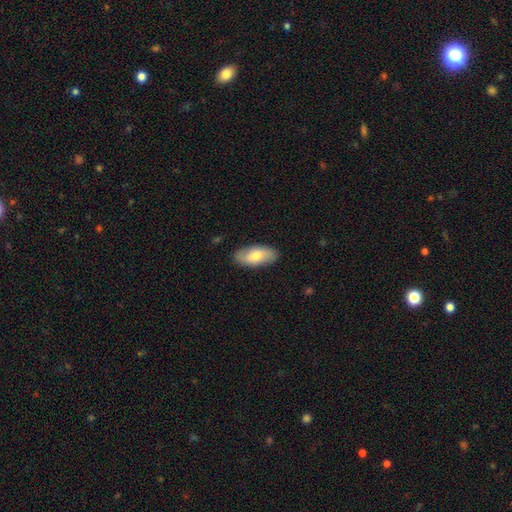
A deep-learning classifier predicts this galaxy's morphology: Smooth or featured?
  - smooth: 70% *
  - featured or disk: 24%
  - star or artifact: 6%
How rounded?
  - in between: 90% *
  - cigar-shaped: 7%
  - round: 3%
Merging?
  - none: 87% *
  - minor disturbance: 10%
  - major disturbance: 2%
  - merger: 1%